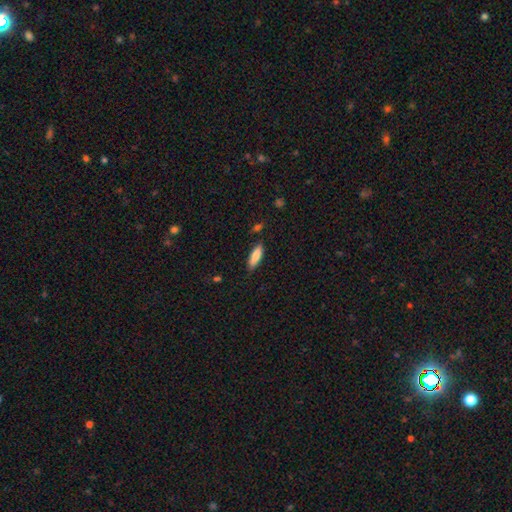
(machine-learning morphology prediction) type=smooth (83%); roundness=in between (51%); merging=none (78%).